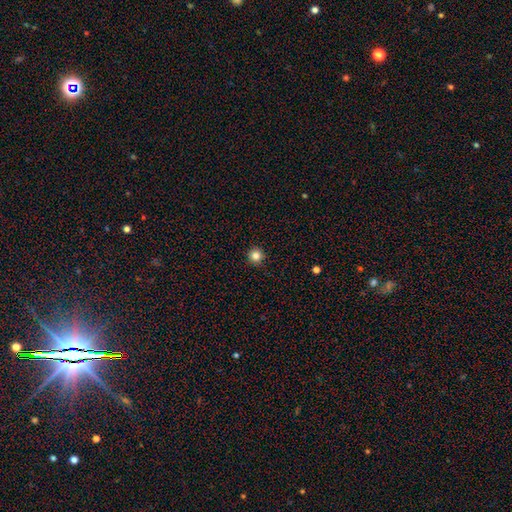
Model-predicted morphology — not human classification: A smooth galaxy with no disk features (83%) that is round (96%).

Vote fractions:
- Smooth or featured? smooth: 83% / star or artifact: 12% / featured or disk: 5%
- How rounded? round: 96% / in between: 3% / cigar-shaped: 1%
- Merging? none: 93% / minor disturbance: 4% / major disturbance: 1% / merger: 1%